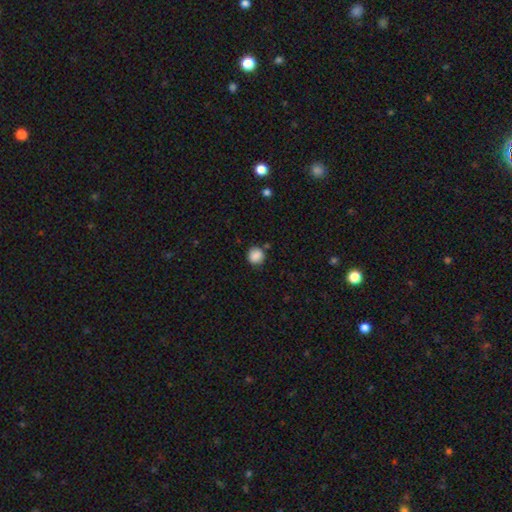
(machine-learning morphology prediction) Smooth or featured: smooth — 87% (star or artifact — 10%)
How rounded: round — 90% (in between — 9%)
Merging: none — 81% (minor disturbance — 12%)